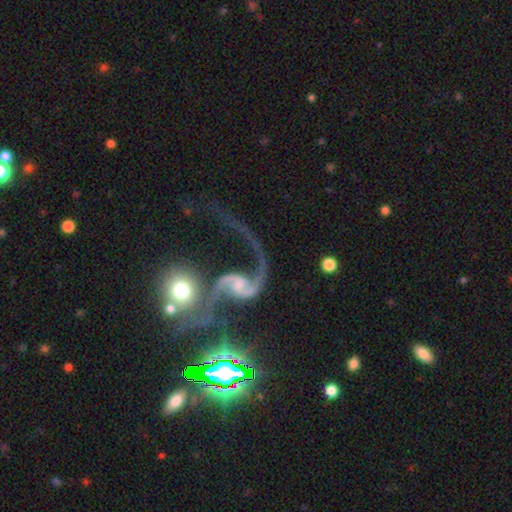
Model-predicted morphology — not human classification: Q: Smooth or featured?
A: featured or disk (74%); runner-up: star or artifact (14%)
Q: Edge-on disk?
A: no (95%); runner-up: yes (5%)
Q: Bar?
A: no (49%); runner-up: weak (33%)
Q: Spiral arms?
A: yes (89%); runner-up: no (11%)
Q: Spiral winding?
A: loose (72%); runner-up: medium (22%)
Q: Spiral arm count?
A: 2 (60%); runner-up: 1 (33%)
Q: Bulge size?
A: small (44%); runner-up: moderate (34%)
Q: Merging?
A: major disturbance (32%); runner-up: merger (31%)